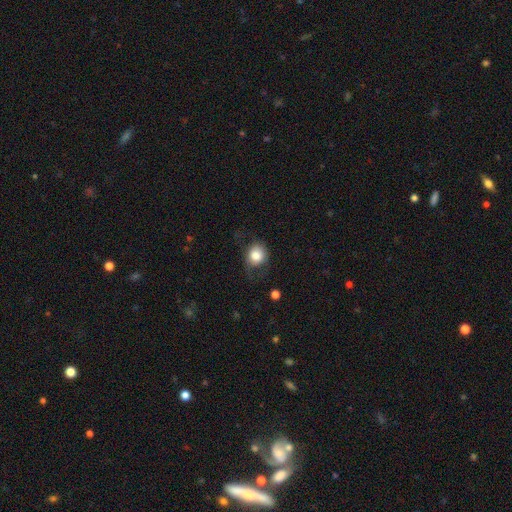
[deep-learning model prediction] smooth_or_featured: smooth (p=0.80) [alt: featured or disk p=0.11]
how_rounded: round (p=0.70) [alt: in between p=0.30]
merging: none (p=0.58) [alt: minor disturbance p=0.25]